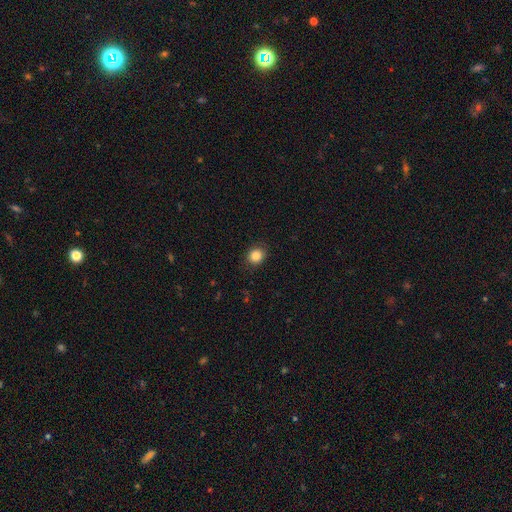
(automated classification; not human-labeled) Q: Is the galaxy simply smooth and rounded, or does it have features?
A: smooth — 86%.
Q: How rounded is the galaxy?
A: round — 74%.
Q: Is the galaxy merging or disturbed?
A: none — 88%.